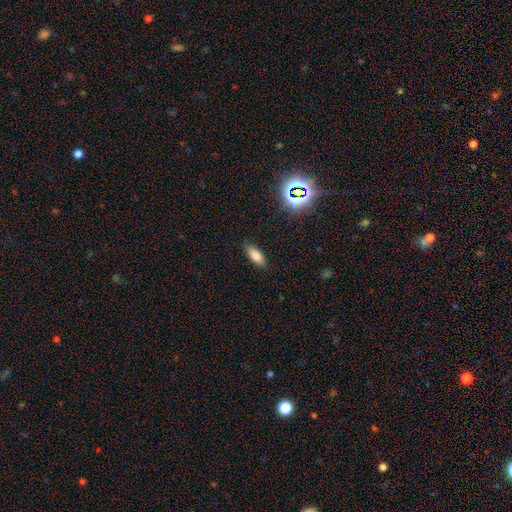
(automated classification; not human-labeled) This appears to be a smooth galaxy with no disk features (78%) that is in between round and cigar-shaped (74%). Merging: none (85%).